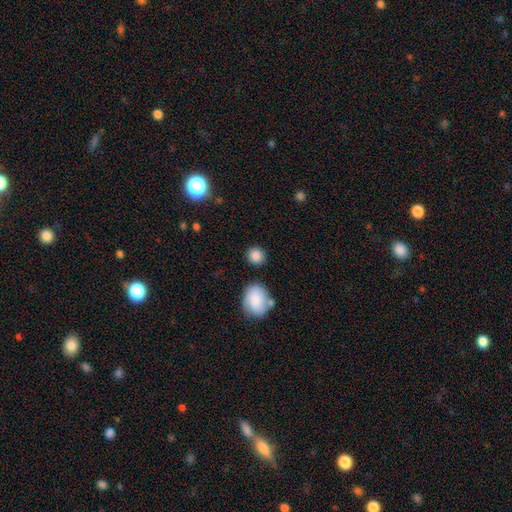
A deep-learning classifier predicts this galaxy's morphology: smooth-or-featured: smooth: 87% | star or artifact: 8% | featured or disk: 5%
  how-rounded: round: 83% | in between: 15% | cigar-shaped: 1%
  merging: none: 82% | minor disturbance: 10% | merger: 5% | major disturbance: 3%